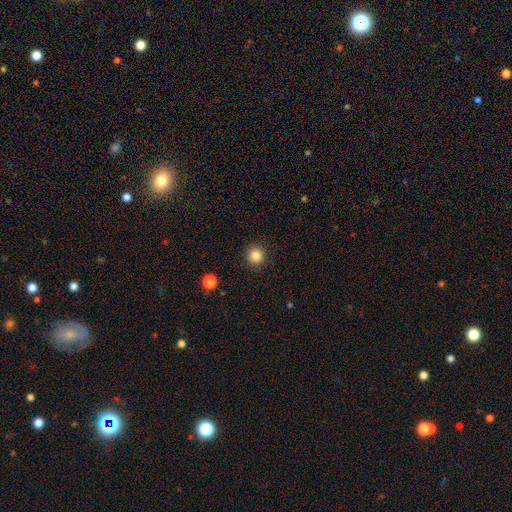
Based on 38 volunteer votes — Smooth or featured: smooth — 97% (star or artifact — 3%)
How rounded: round — 95% (in between — 5%)
Merging: none — 89% (minor disturbance — 5%)